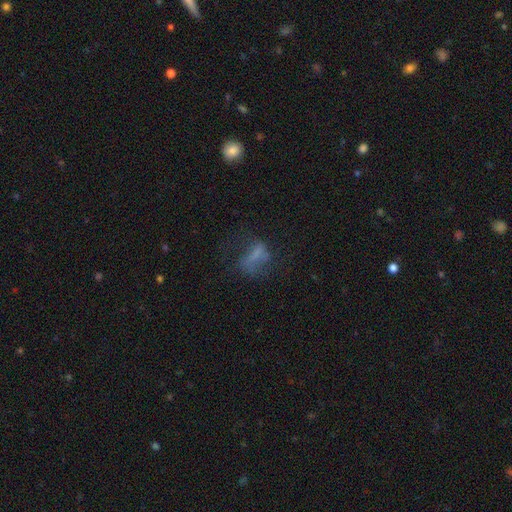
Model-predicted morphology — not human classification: Smooth or featured? Predicted: smooth (p=0.46). Merging? Predicted: none (p=0.42).